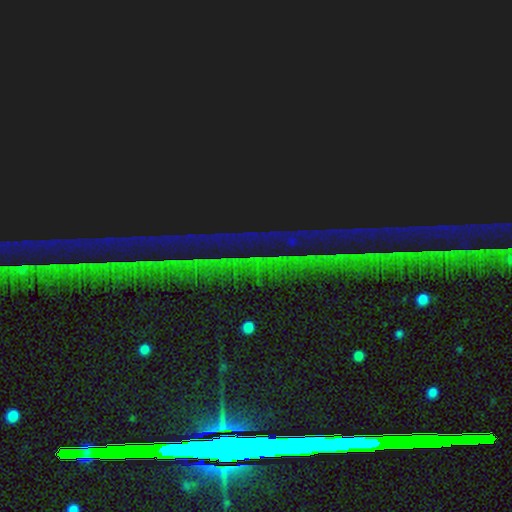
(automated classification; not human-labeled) This appears to be a star or artifact, not a galaxy (89%).